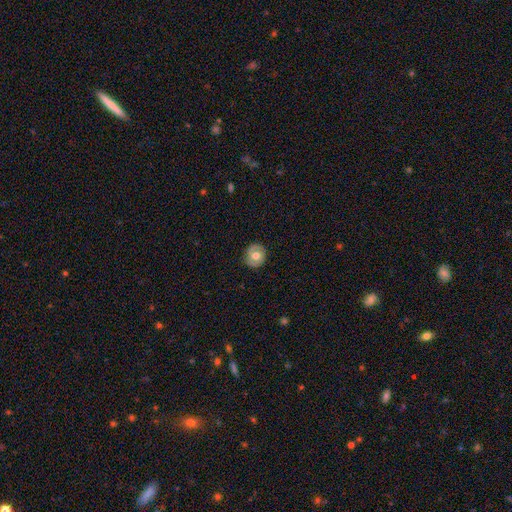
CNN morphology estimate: The model was most divided on "smooth or featured": smooth: 58%, featured or disk: 35%, star or artifact: 7%. More confident: merging — none (86%); how rounded — round (81%).